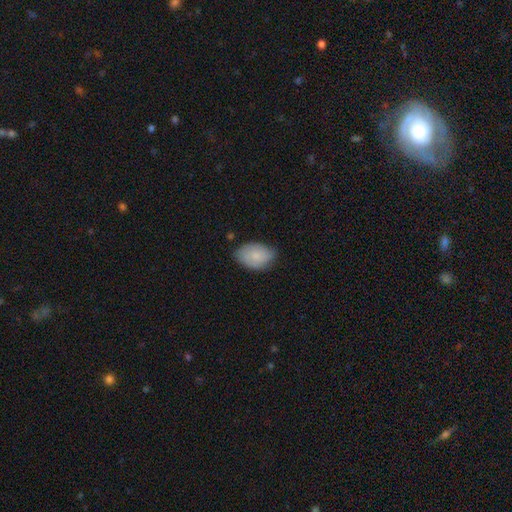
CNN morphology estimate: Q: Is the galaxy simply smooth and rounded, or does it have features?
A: smooth — 74%.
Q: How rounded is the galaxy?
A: in between — 86%.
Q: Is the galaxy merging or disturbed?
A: none — 68%.